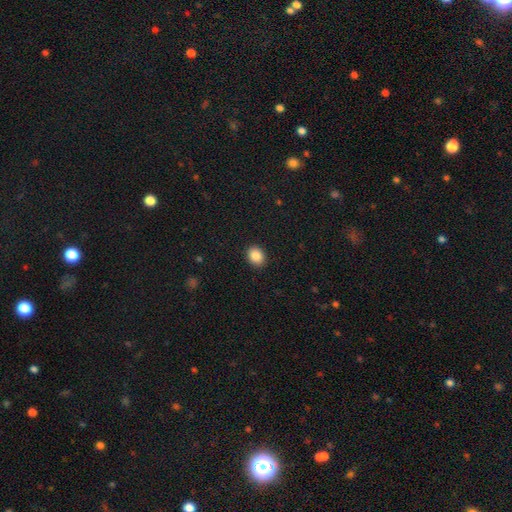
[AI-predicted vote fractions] Smooth or featured: smooth — 88% (star or artifact — 9%)
How rounded: in between — 59% (round — 41%)
Merging: none — 91% (minor disturbance — 6%)